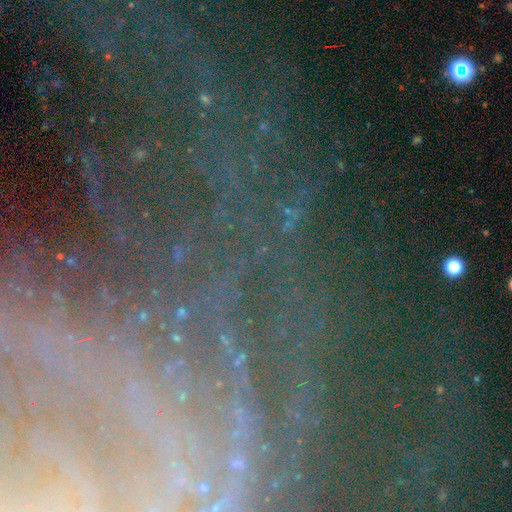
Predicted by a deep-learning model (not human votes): A star or artifact, not a galaxy (48%).